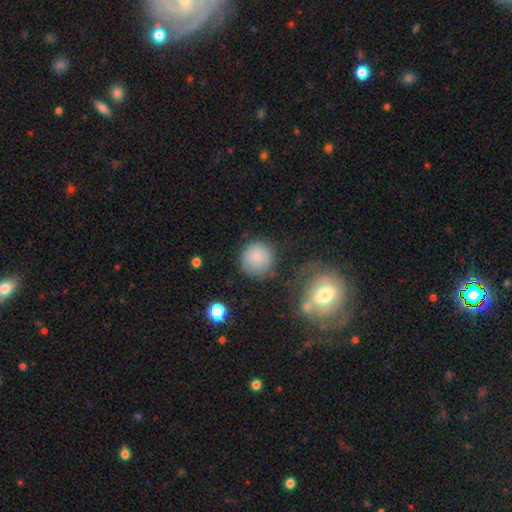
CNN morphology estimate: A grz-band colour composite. It shows a smooth galaxy with no disk features (82%) that is round (93%). Merging: none (76%).